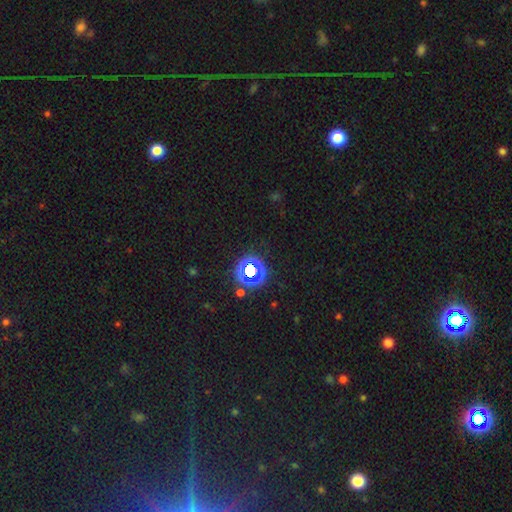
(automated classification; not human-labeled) star or artifact 69%, smooth 25%, featured or disk 6%.